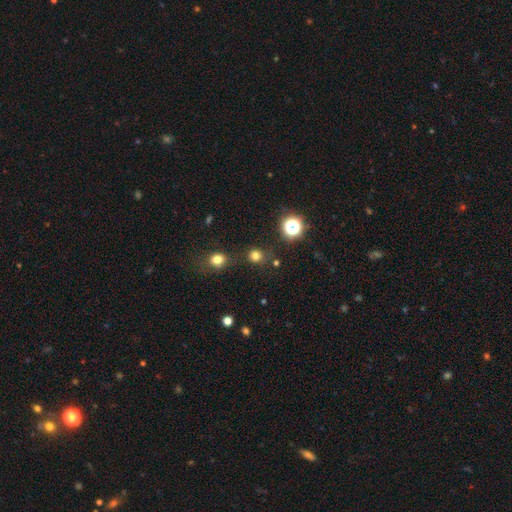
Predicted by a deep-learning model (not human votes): Overall: smooth (73%). How rounded: round (88%). Merging: none (79%).